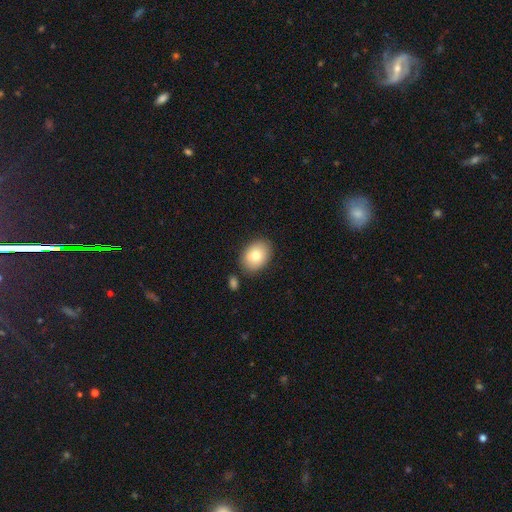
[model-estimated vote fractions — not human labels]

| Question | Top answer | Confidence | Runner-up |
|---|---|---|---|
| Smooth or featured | smooth | 79% | featured or disk (13%) |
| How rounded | in between | 72% | round (27%) |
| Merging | none | 82% | minor disturbance (11%) |